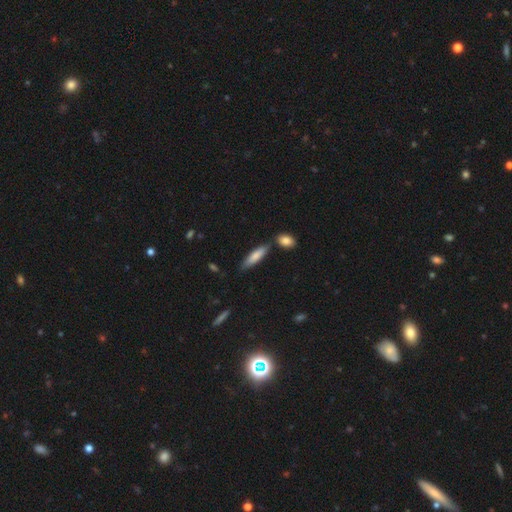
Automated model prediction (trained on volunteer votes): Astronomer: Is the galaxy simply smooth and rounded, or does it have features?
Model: smooth — 76%.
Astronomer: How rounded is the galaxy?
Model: cigar-shaped — 68%.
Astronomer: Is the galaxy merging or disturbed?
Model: none — 73%.